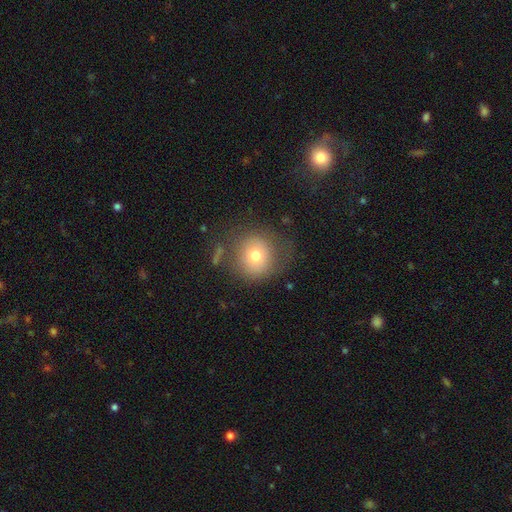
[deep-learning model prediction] Smooth or featured? smooth (72%)
How rounded? round (88%)
Merging? none (68%)